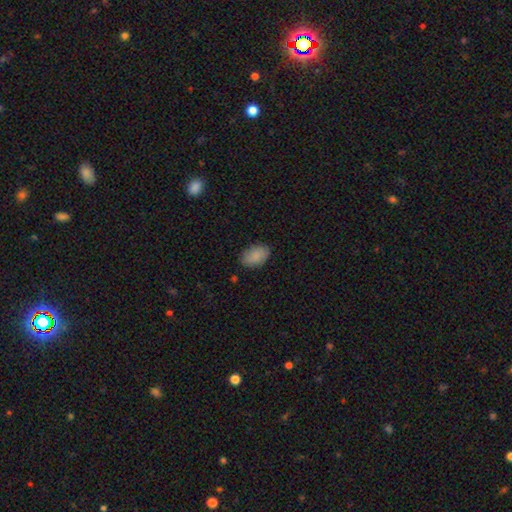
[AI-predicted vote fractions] Morphology: type=smooth (88%); roundness=in between (90%); merging=none (83%).